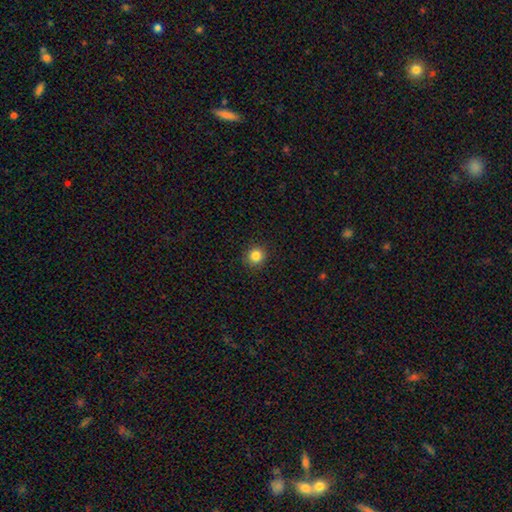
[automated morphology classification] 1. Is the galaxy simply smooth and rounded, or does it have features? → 84% smooth, 11% star or artifact, 4% featured or disk.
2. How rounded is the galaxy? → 92% round, 7% in between, 1% cigar-shaped.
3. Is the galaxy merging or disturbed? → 92% none, 6% minor disturbance, 2% major disturbance, 1% merger.